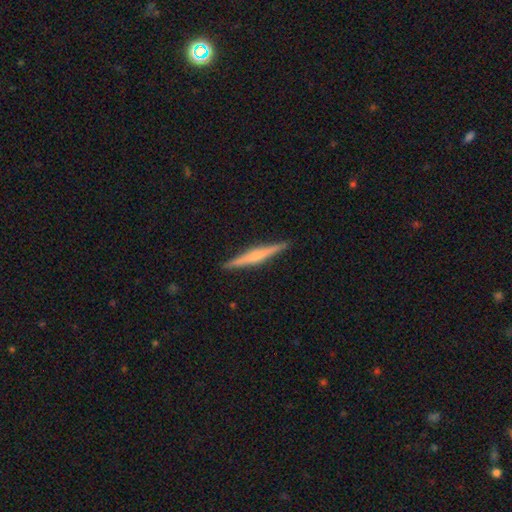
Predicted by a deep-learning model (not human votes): featured or disk 62%, smooth 32%, star or artifact 6%. Down the decision tree: edge-on disk — yes (98%); edge-on bulge — rounded (53%); merging — none (92%).